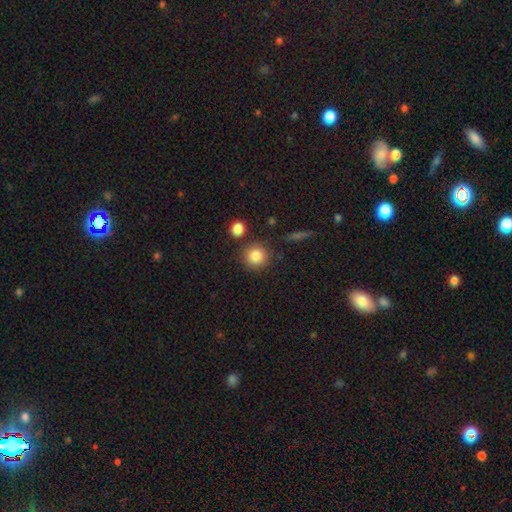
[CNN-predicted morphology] Smooth or featured? Predicted: smooth (p=0.85). How rounded? Predicted: round (p=0.91). Merging? Predicted: none (p=0.84).